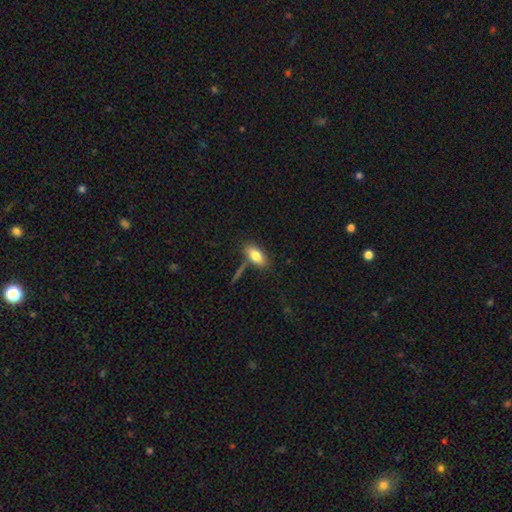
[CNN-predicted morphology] smooth-or-featured: smooth: 81% | featured or disk: 12% | star or artifact: 7%
  how-rounded: in between: 89% | cigar-shaped: 6% | round: 5%
  merging: none: 68% | minor disturbance: 15% | merger: 12% | major disturbance: 5%